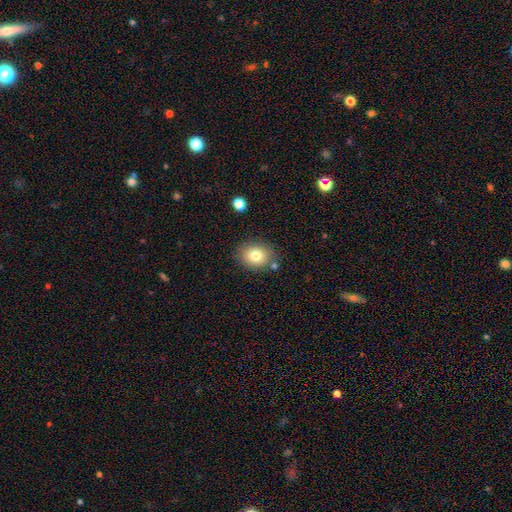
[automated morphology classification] Smooth or featured? smooth (79%)
How rounded? round (50%)
Merging? none (80%)